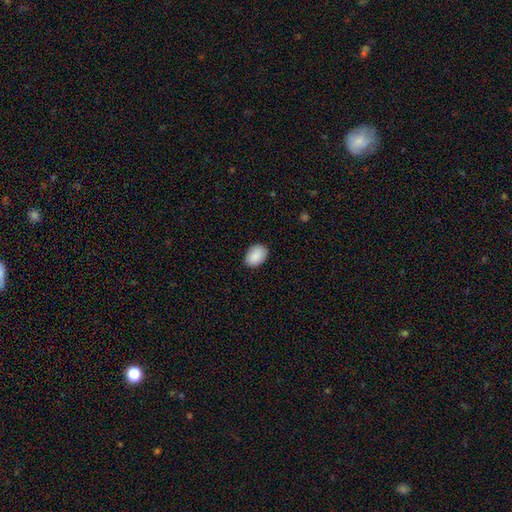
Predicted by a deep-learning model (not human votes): smooth_or_featured: smooth (p=0.90) [alt: star or artifact p=0.06]
how_rounded: in between (p=0.85) [alt: round p=0.14]
merging: none (p=0.86) [alt: minor disturbance p=0.11]